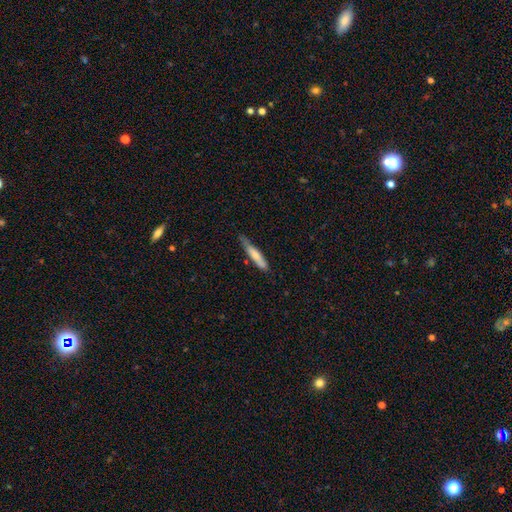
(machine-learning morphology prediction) A smooth galaxy with no disk features (69%) that is cigar-shaped (89%). Merging: none (62%).